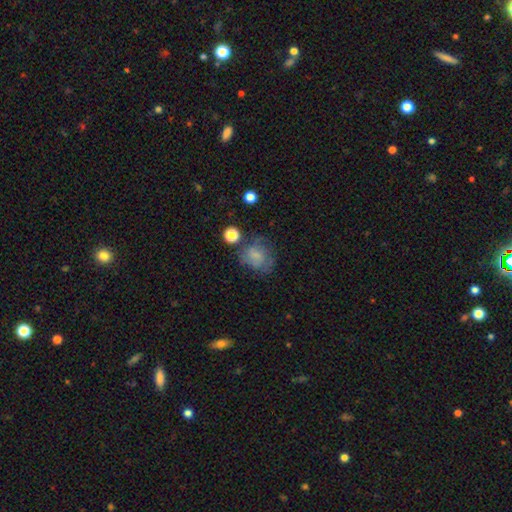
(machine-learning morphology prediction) This appears to be a smooth galaxy with no disk features (55%) that is round (63%). Merging: none (50%).